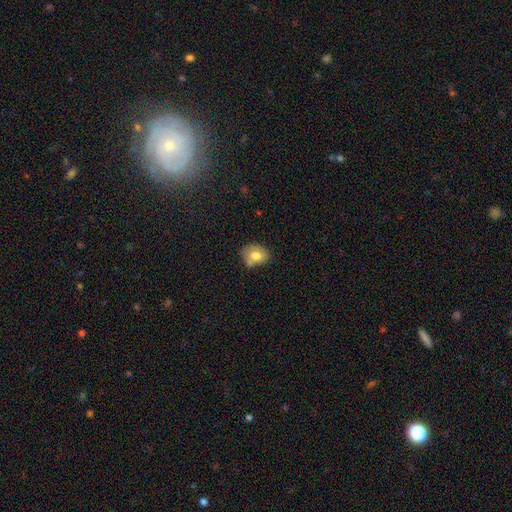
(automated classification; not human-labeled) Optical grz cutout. It shows a smooth galaxy with no disk features (75%) that is in between round and cigar-shaped (53%). Merging: none (53%).